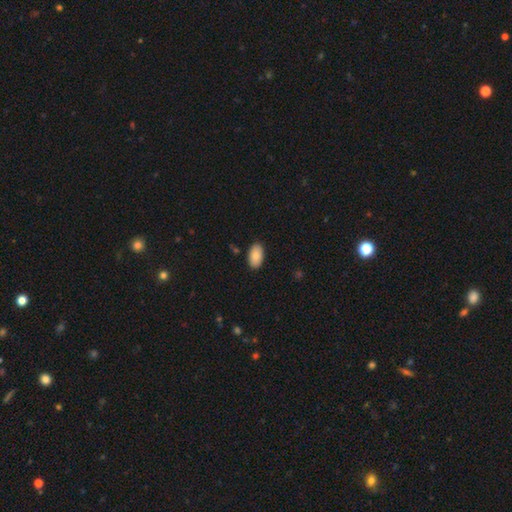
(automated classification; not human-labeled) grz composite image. It shows a smooth galaxy with no disk features (86%) that is in between round and cigar-shaped (95%). Merging: none (89%).